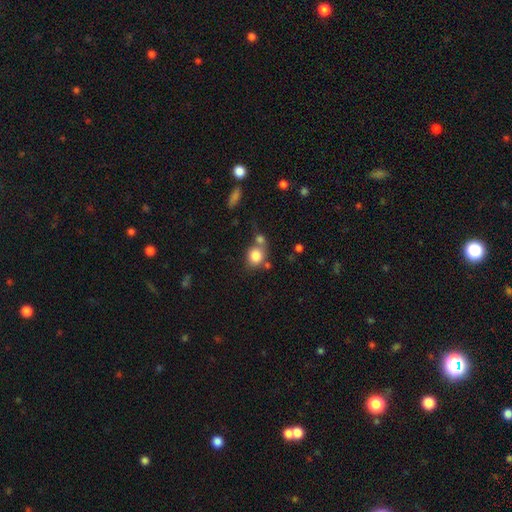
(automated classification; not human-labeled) Smooth or featured? smooth (83%)
How rounded? round (75%)
Merging? none (53%)